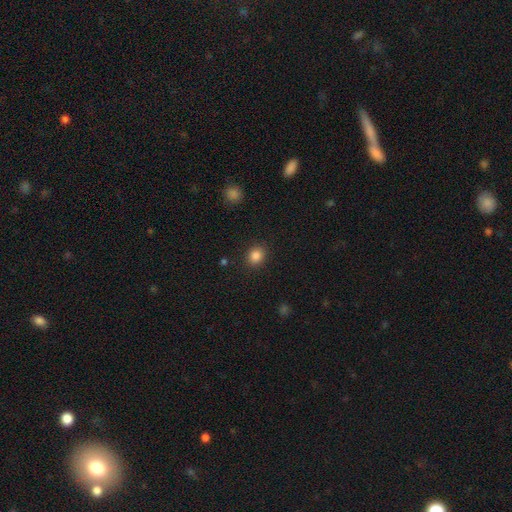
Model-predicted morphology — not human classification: The model was most divided on "how rounded": round: 69%, in between: 30%, cigar-shaped: 1%. More confident: merging — none (88%); smooth or featured — smooth (85%).